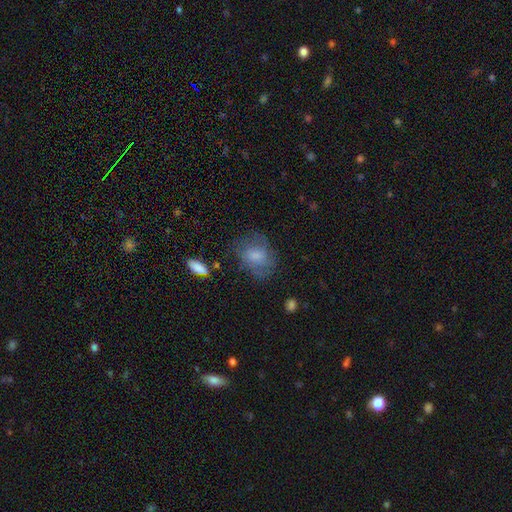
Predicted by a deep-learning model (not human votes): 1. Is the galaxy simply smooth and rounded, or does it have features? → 61% smooth, 30% featured or disk, 9% star or artifact.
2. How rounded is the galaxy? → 57% in between, 41% round, 1% cigar-shaped.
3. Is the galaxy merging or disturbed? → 58% none, 23% minor disturbance, 16% major disturbance, 2% merger.